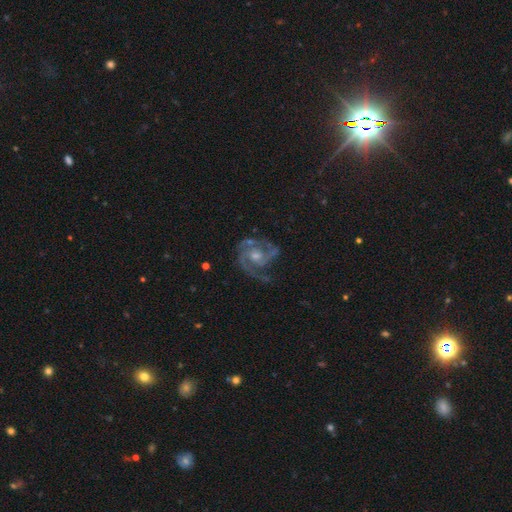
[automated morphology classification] This appears to be a featured or disk galaxy (89%) with no bar (63%), 2 (46%) medium (50%) spiral arms (98%) and a moderate central bulge (52%). Merging: none (66%).